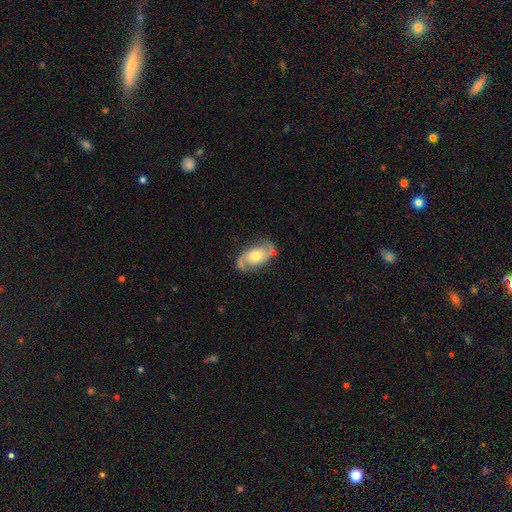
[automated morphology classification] A featured or disk galaxy (81%) with no bar (73%), 2 (89%) medium (47%) spiral arms (92%) and a moderate central bulge (70%). Merging: none (73%).